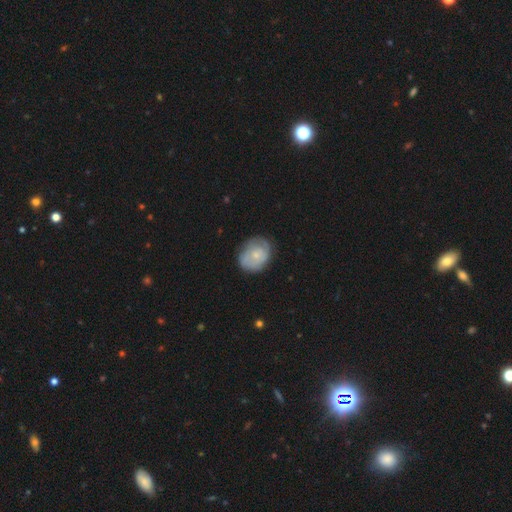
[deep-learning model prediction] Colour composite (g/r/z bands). It shows a featured or disk galaxy (49%). Merging: none (68%).